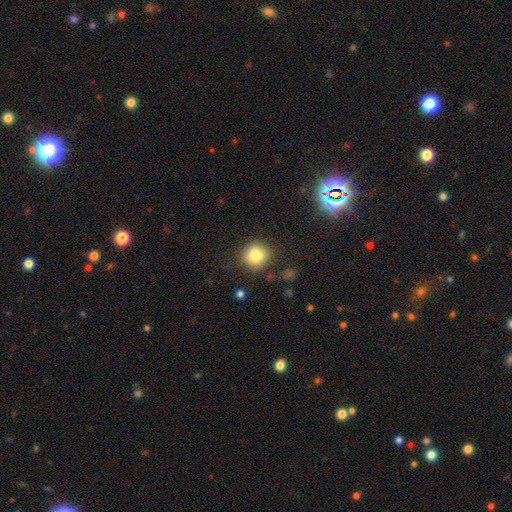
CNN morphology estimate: Smooth or featured: smooth — 81% (star or artifact — 11%)
How rounded: round — 89% (in between — 10%)
Merging: none — 81% (minor disturbance — 12%)